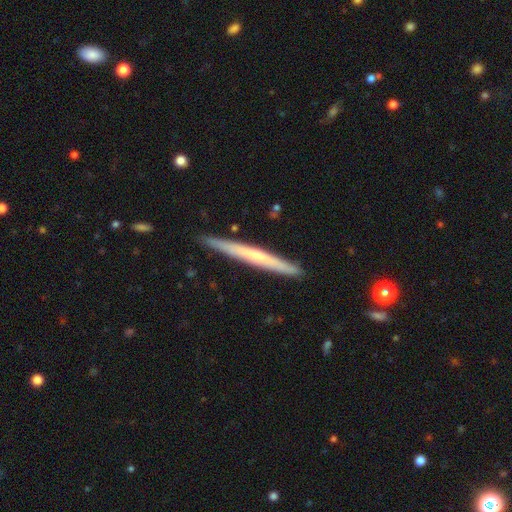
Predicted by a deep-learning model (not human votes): The model was most divided on "smooth or featured": featured or disk: 53%, smooth: 41%, star or artifact: 6%. More confident: edge-on disk — yes (96%); merging — none (89%); edge-on bulge — none (64%).